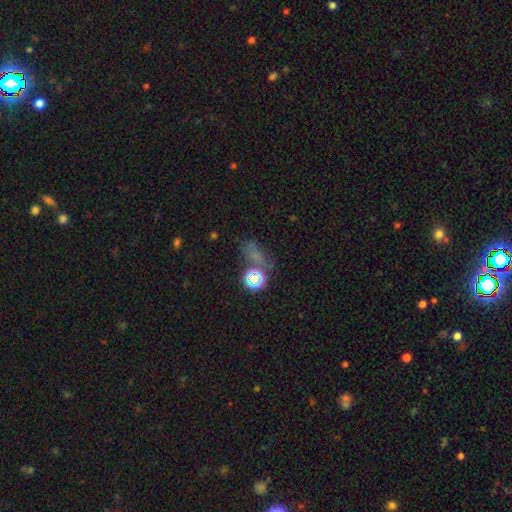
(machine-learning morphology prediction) star or artifact 45%, smooth 43%, featured or disk 12%.